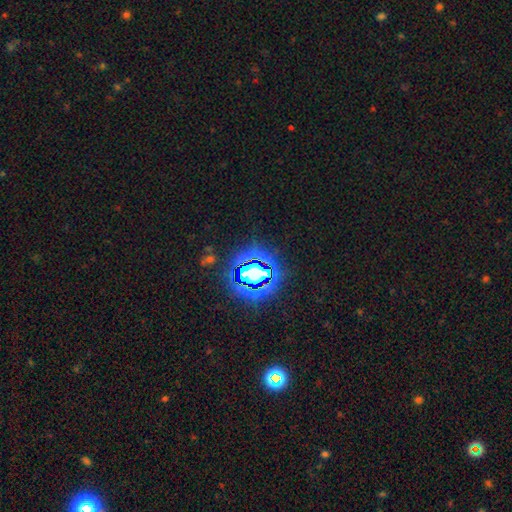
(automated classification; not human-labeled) Smooth or featured? Predicted: star or artifact (p=0.82).